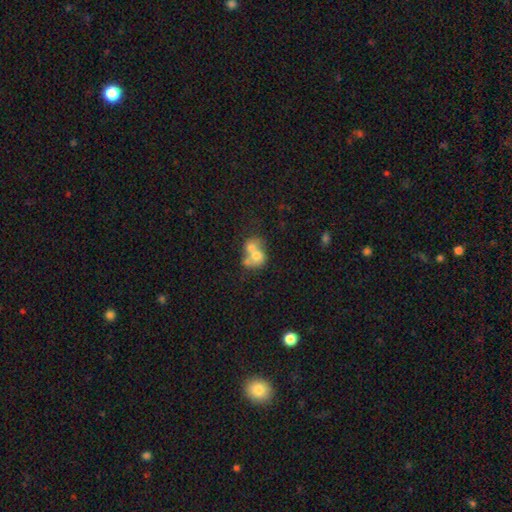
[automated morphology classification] Smooth or featured? Predicted: smooth (p=0.62). How rounded? Predicted: round (p=0.59). Merging? Predicted: merger (p=0.72).